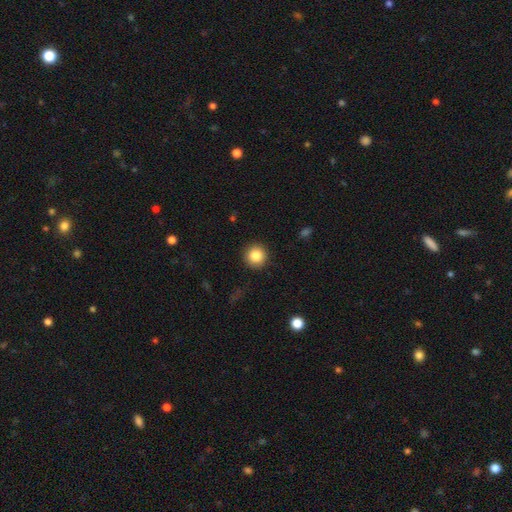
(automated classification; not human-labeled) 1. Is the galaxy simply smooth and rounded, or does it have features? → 85% smooth, 9% star or artifact, 6% featured or disk.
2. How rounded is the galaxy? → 95% round, 4% in between, 1% cigar-shaped.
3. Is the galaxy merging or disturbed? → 92% none, 5% minor disturbance, 2% major disturbance, 1% merger.